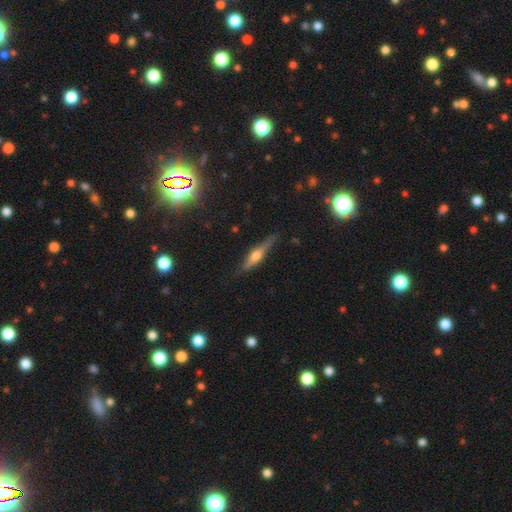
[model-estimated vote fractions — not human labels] Smooth or featured? Predicted: featured or disk (p=0.58). Edge-on disk? Predicted: yes (p=0.95). Edge-on bulge? Predicted: rounded (p=0.87). Merging? Predicted: none (p=0.78).